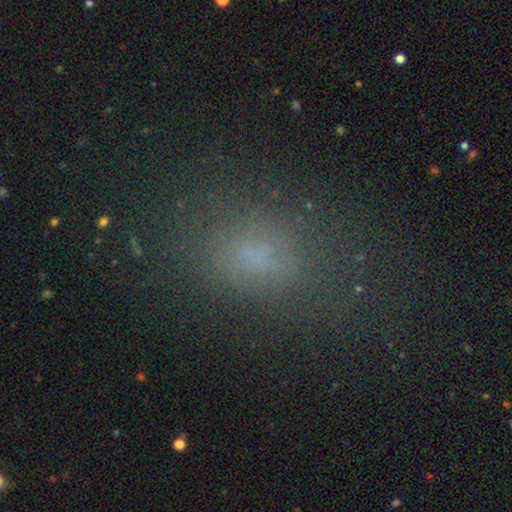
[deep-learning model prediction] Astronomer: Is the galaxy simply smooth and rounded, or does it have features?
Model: smooth — 64%.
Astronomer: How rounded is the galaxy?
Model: in between — 76%.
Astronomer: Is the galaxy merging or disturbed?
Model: none — 69%.